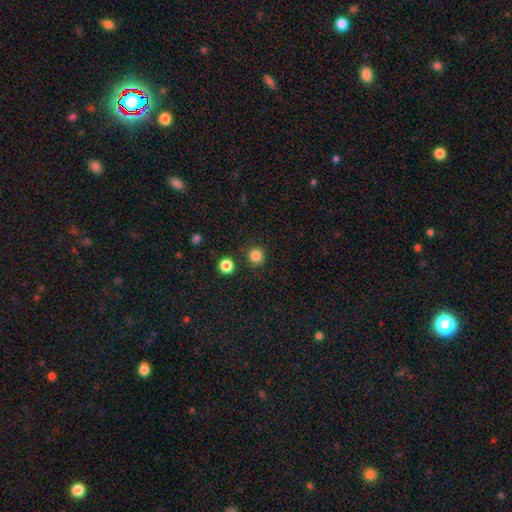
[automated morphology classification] This appears to be a smooth galaxy with no disk features (84%) that is round (95%). Merging: none (89%).